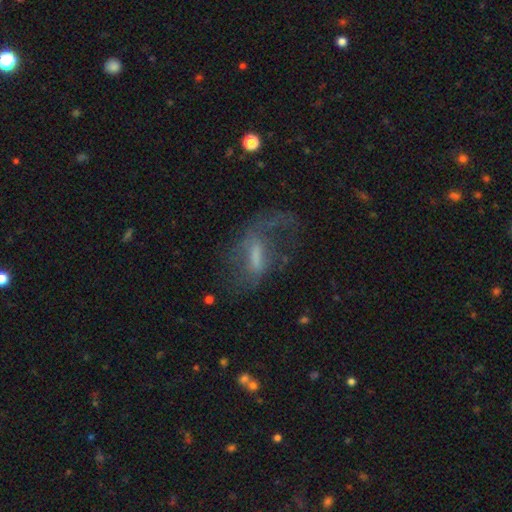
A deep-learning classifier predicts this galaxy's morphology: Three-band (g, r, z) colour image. It shows a featured or disk galaxy (61%) with a weak bar (42%), spiral arms (64%) and no central bulge (32%). Merging: major disturbance (40%).